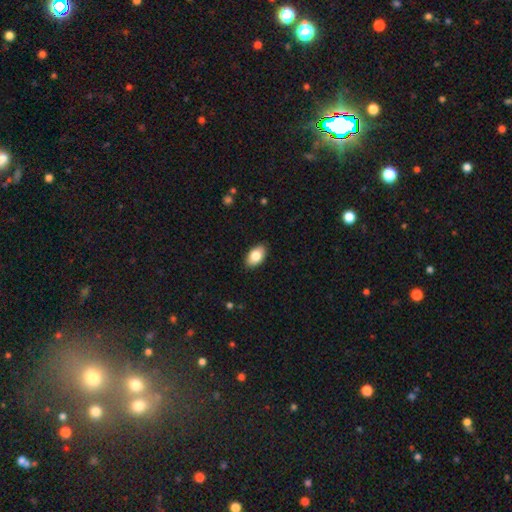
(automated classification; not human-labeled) smooth-or-featured: smooth: 83% | featured or disk: 11% | star or artifact: 7%
  how-rounded: in between: 93% | round: 5% | cigar-shaped: 2%
  merging: none: 88% | minor disturbance: 9% | major disturbance: 2% | merger: 1%